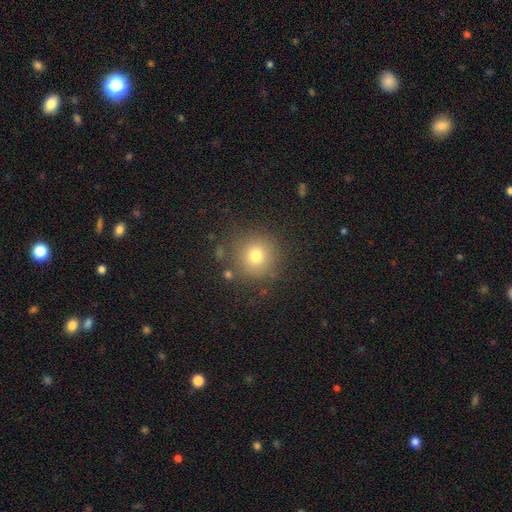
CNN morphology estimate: smooth-or-featured: smooth: 74% | star or artifact: 16% | featured or disk: 11%
  how-rounded: round: 94% | in between: 5% | cigar-shaped: 1%
  merging: none: 84% | minor disturbance: 9% | major disturbance: 4% | merger: 3%